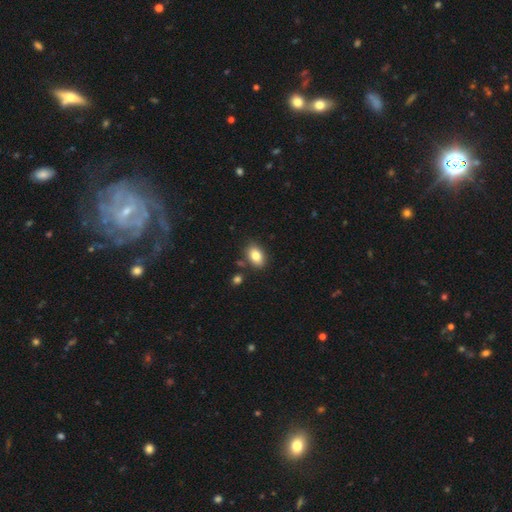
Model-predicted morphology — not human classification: Q: Smooth or featured?
A: smooth (84%); runner-up: star or artifact (8%)
Q: How rounded?
A: in between (84%); runner-up: round (15%)
Q: Merging?
A: none (81%); runner-up: minor disturbance (11%)